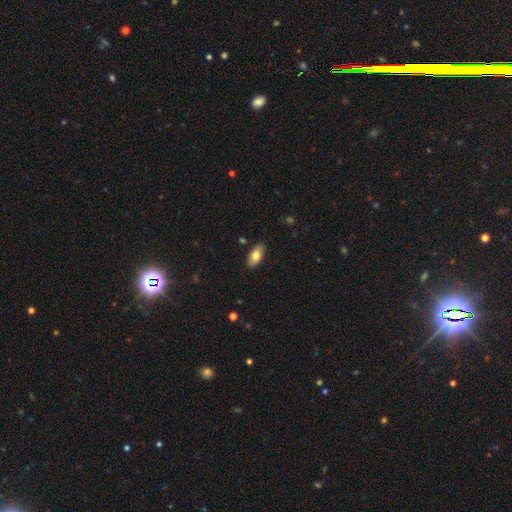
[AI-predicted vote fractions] The model was most divided on "smooth or featured": smooth: 76%, featured or disk: 18%, star or artifact: 6%. More confident: how rounded — in between (92%); merging — none (88%).